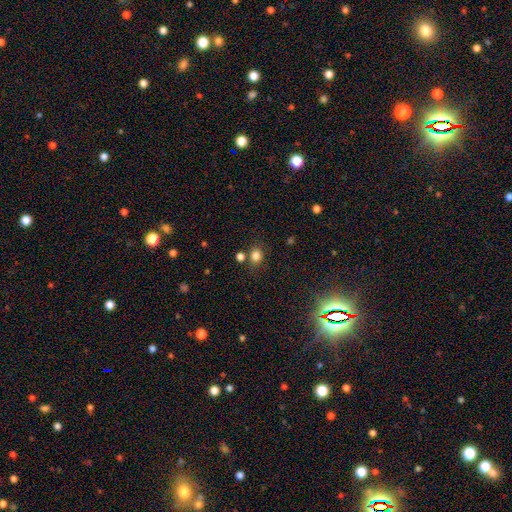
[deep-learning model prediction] Smooth or featured?
  - smooth: 81% *
  - star or artifact: 14%
  - featured or disk: 5%
How rounded?
  - round: 66% *
  - in between: 33%
  - cigar-shaped: 1%
Merging?
  - none: 73% *
  - merger: 11%
  - minor disturbance: 11%
  - major disturbance: 4%